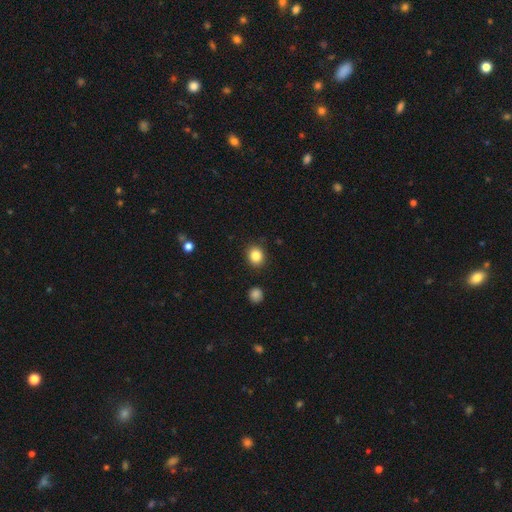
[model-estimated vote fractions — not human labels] Overall: smooth (85%). How rounded: round (74%). Merging: none (89%).